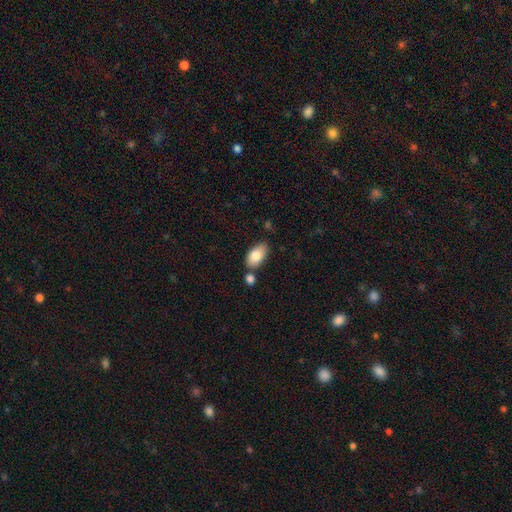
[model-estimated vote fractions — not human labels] Smooth or featured?
  - smooth: 82% *
  - featured or disk: 11%
  - star or artifact: 6%
How rounded?
  - in between: 94% *
  - round: 4%
  - cigar-shaped: 3%
Merging?
  - none: 70% *
  - minor disturbance: 14%
  - merger: 12%
  - major disturbance: 3%